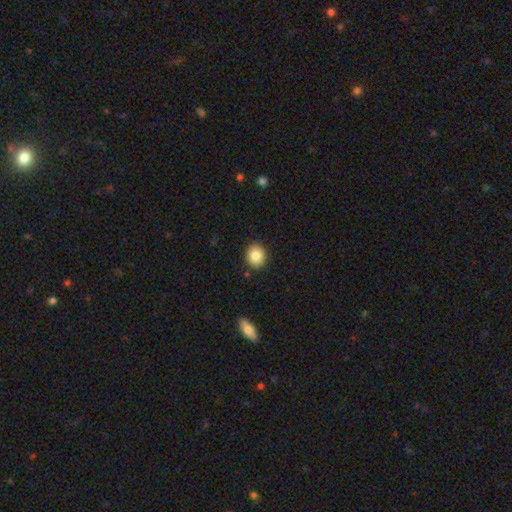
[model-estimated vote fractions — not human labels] The model was most divided on "how rounded": round: 72%, in between: 27%, cigar-shaped: 1%. More confident: merging — none (89%); smooth or featured — smooth (84%).